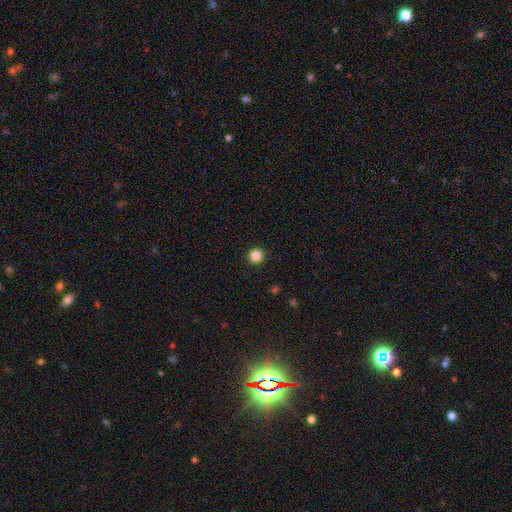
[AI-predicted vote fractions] This appears to be a smooth galaxy with no disk features (85%) that is round (96%). Merging: none (93%).